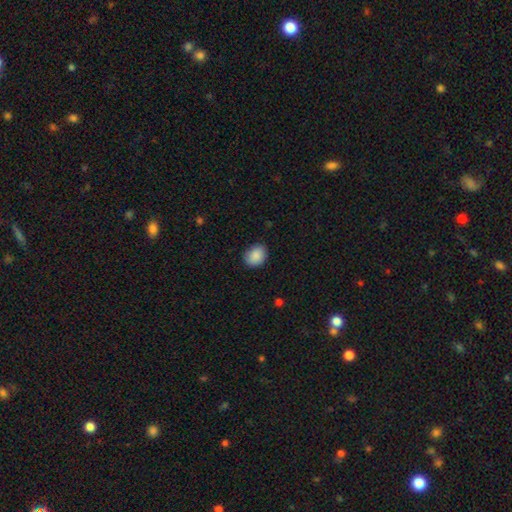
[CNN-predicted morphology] Smooth or featured: smooth — 89% (star or artifact — 7%)
How rounded: in between — 55% (round — 45%)
Merging: none — 83% (minor disturbance — 13%)